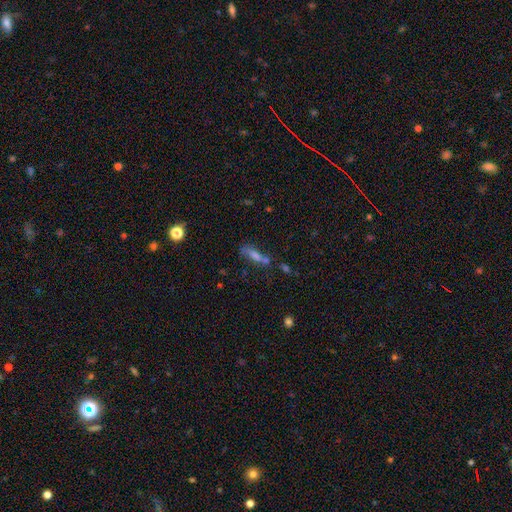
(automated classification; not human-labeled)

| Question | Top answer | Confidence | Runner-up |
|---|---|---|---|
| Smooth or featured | smooth | 49% | featured or disk (31%) |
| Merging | none | 46% | merger (25%) |